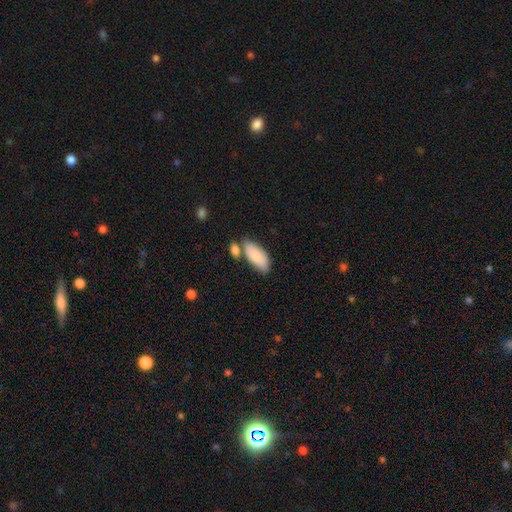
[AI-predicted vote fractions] Overall: smooth (81%). How rounded: in between (89%). Merging: none (57%; merger 21%).